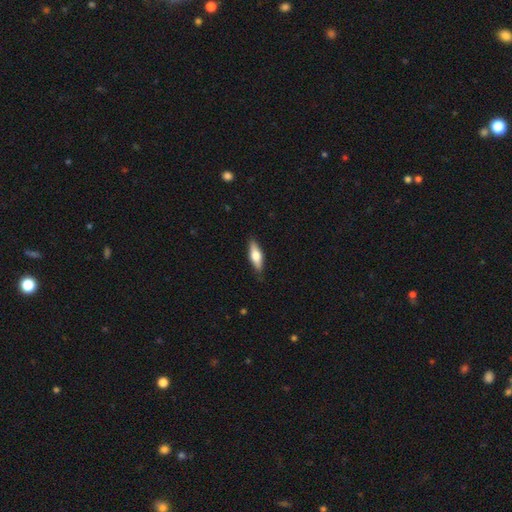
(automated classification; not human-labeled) This is possibly a smooth galaxy (59%). How rounded: possibly in between (54%). Merging: clearly none (86%).